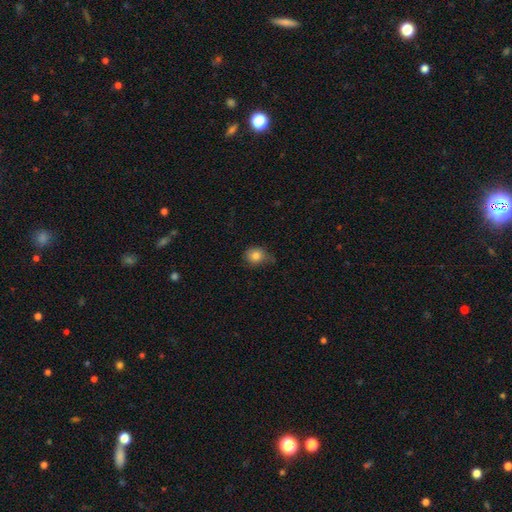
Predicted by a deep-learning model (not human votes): Smooth or featured?
  - smooth: 81% *
  - star or artifact: 10%
  - featured or disk: 9%
How rounded?
  - round: 77% *
  - in between: 22%
  - cigar-shaped: 1%
Merging?
  - none: 58% *
  - minor disturbance: 32%
  - major disturbance: 8%
  - merger: 2%